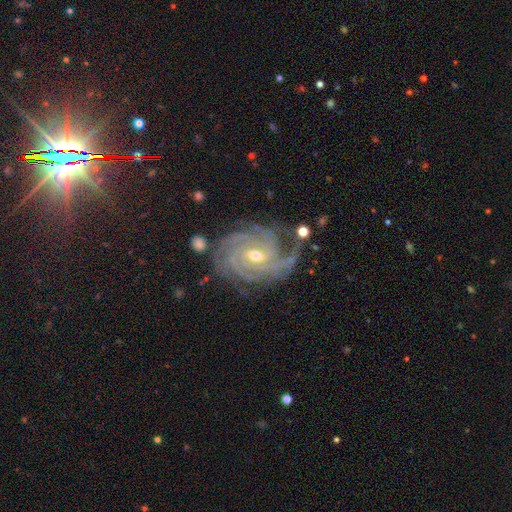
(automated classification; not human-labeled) The model was most divided on "bulge size": small: 51%, moderate: 47%, large: 1%, none: 1%, dominant: 1%. Remaining: spiral arms — yes (99%); edge-on disk — no (98%); smooth or featured — featured or disk (92%); spiral winding — tight (77%); merging — none (66%); bar — weak (51%); spiral arm count — 4 (36%).